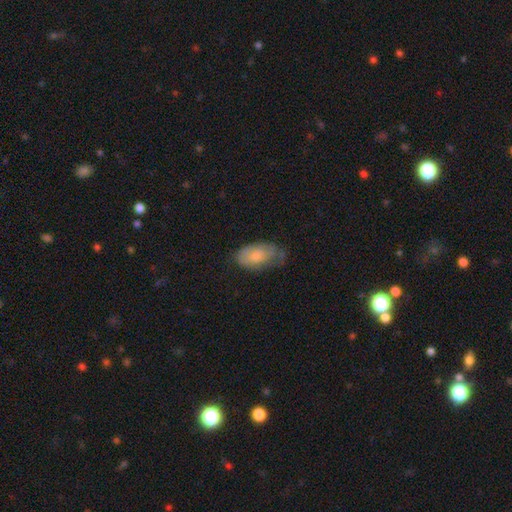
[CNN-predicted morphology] A smooth galaxy with no disk features (70%) that is in between round and cigar-shaped (93%). Merging: none (48%).